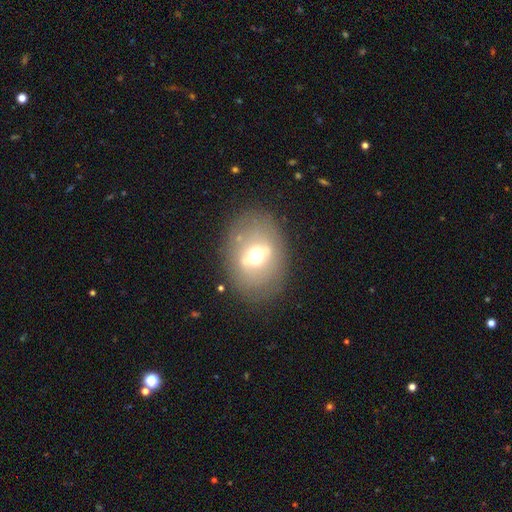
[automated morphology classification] Smooth or featured? featured or disk (48%)
Merging? none (77%)